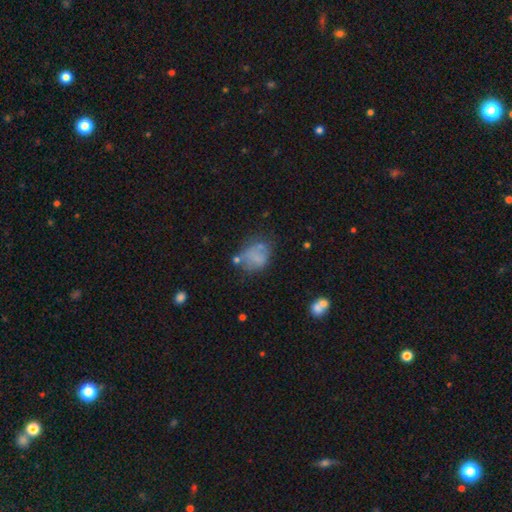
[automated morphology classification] type=smooth (62%); roundness=in between (55%); merging=none (41%).